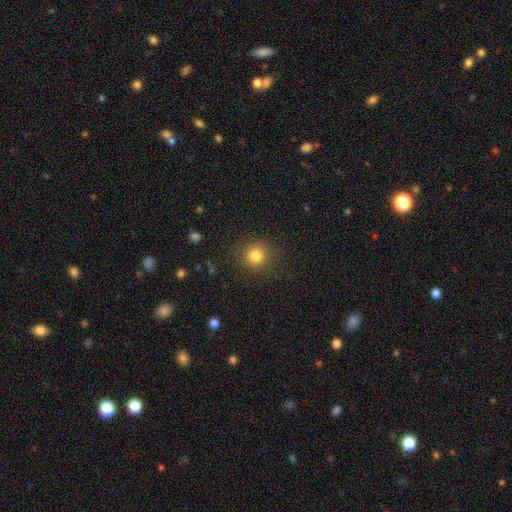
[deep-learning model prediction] A smooth galaxy with no disk features (82%) that is round (91%). Merging: none (88%).